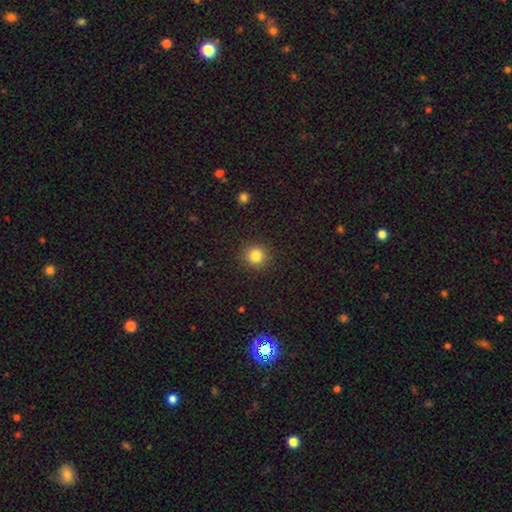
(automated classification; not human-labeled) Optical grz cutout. It shows a smooth galaxy with no disk features (83%) that is round (93%). Merging: none (91%).